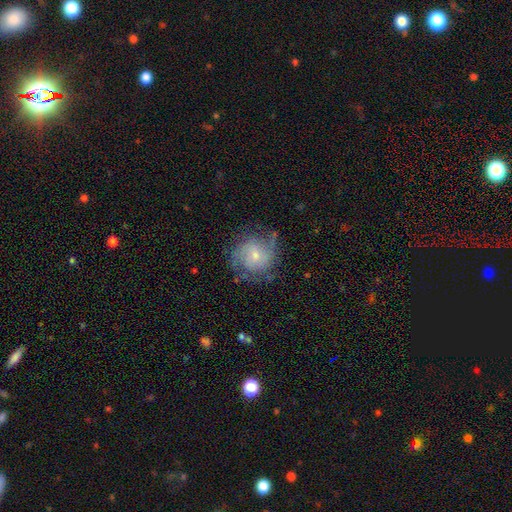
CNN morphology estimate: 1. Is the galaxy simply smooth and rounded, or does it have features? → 75% featured or disk, 17% smooth, 8% star or artifact.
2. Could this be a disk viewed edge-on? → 98% no, 2% yes.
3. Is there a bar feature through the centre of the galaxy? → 66% no, 29% weak, 5% strong.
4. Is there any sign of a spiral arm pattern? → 92% yes, 8% no.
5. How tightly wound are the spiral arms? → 42% medium, 40% tight, 18% loose.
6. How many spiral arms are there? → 50% 2, 23% can't tell, 14% 3, 5% 1, 5% 4, 4% more than 4.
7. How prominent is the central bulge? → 63% small, 31% moderate, 3% none, 2% large, 1% dominant.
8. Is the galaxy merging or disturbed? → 70% none, 19% minor disturbance, 10% major disturbance, 1% merger.